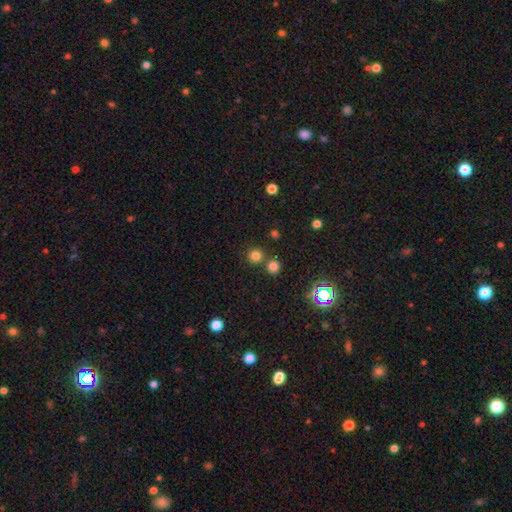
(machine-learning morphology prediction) Smooth or featured?
  - smooth: 77% *
  - star or artifact: 18%
  - featured or disk: 5%
How rounded?
  - round: 93% *
  - in between: 6%
  - cigar-shaped: 1%
Merging?
  - none: 75% *
  - merger: 17%
  - minor disturbance: 6%
  - major disturbance: 2%